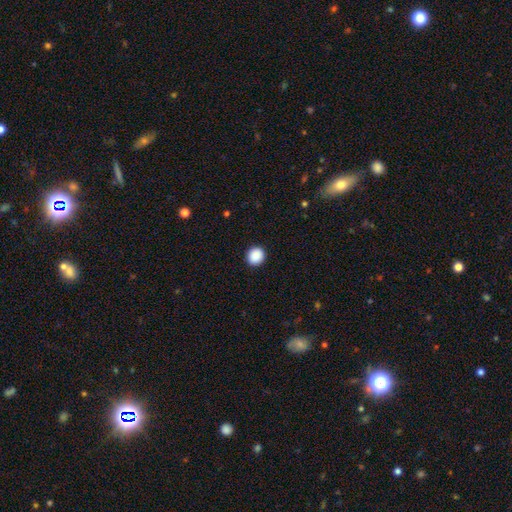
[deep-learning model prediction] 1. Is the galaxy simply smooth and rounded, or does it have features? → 90% smooth, 8% star or artifact, 2% featured or disk.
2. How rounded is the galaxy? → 83% round, 16% in between, 1% cigar-shaped.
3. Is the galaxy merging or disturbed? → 92% none, 5% minor disturbance, 2% major disturbance, 1% merger.